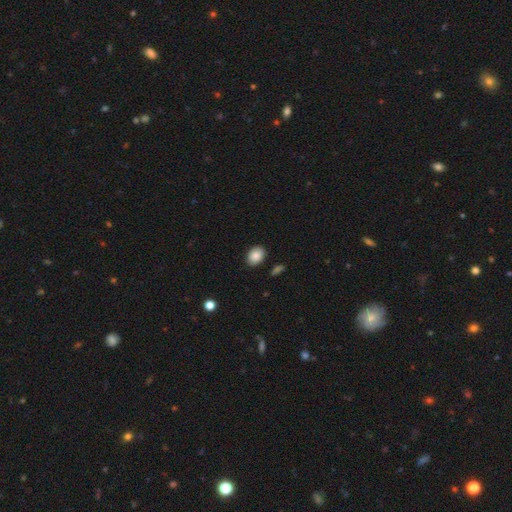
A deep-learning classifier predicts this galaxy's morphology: A smooth galaxy with no disk features (88%) that is in between round and cigar-shaped (67%).

Vote fractions:
- Smooth or featured? smooth: 88% / star or artifact: 8% / featured or disk: 4%
- How rounded? in between: 67% / round: 32% / cigar-shaped: 1%
- Merging? none: 87% / minor disturbance: 8% / major disturbance: 2% / merger: 2%